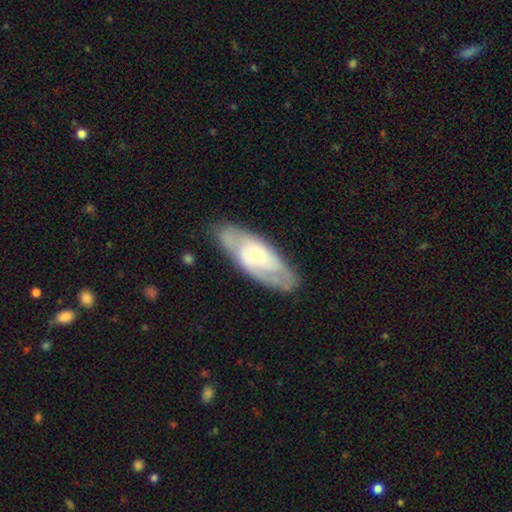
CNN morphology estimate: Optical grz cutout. It shows a featured or disk galaxy (69%) with no bar (70%), spiral arms (78%) and a small central bulge (56%). Merging: none (75%).